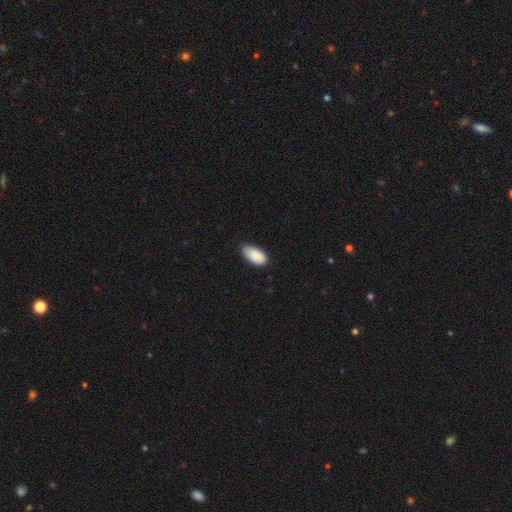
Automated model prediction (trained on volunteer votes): This is clearly a smooth galaxy (89%). How rounded: clearly in between (95%). Merging: likely none (77%).